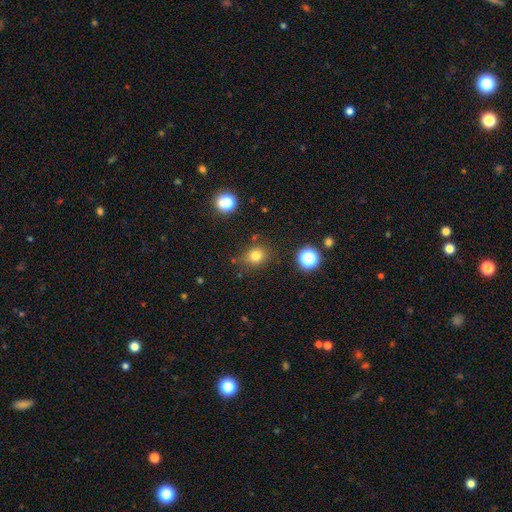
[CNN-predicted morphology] Smooth or featured? smooth (78%)
How rounded? round (70%)
Merging? none (79%)